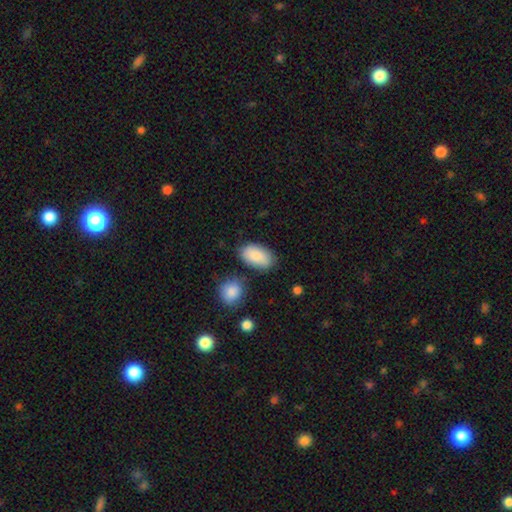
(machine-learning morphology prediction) The model was most divided on "merging": none: 74%, minor disturbance: 16%, merger: 6%, major disturbance: 4%. More confident: how rounded — in between (94%); smooth or featured — smooth (87%).